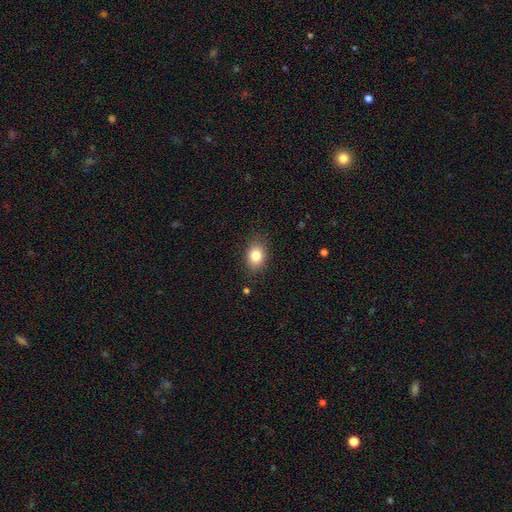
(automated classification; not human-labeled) smooth_or_featured: smooth (p=0.82) [alt: star or artifact p=0.10]
how_rounded: in between (p=0.62) [alt: round p=0.37]
merging: none (p=0.84) [alt: minor disturbance p=0.12]